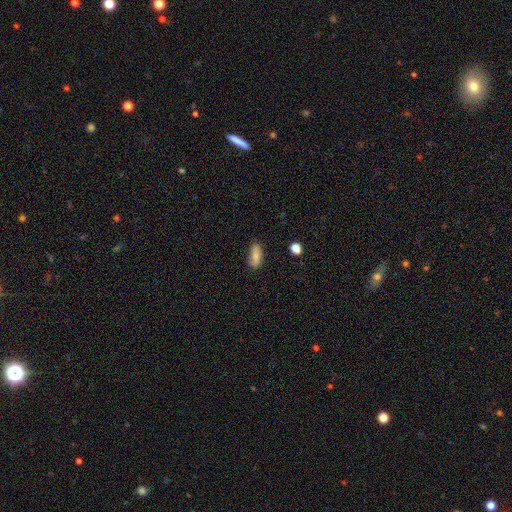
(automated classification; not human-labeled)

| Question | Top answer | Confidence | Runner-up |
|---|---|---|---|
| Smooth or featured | smooth | 77% | featured or disk (15%) |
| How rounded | in between | 84% | cigar-shaped (12%) |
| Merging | none | 76% | minor disturbance (19%) |